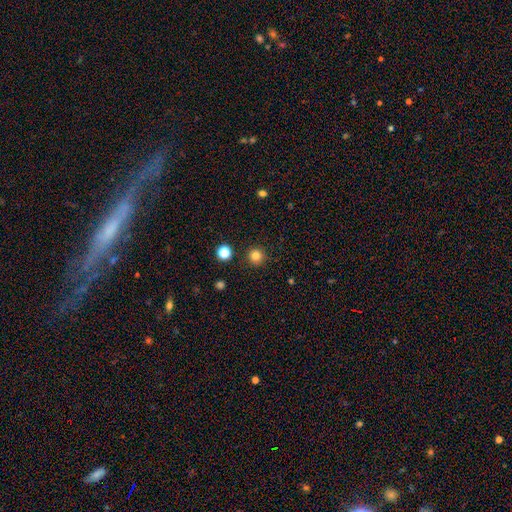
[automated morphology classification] type=smooth (82%); roundness=round (96%); merging=none (92%).